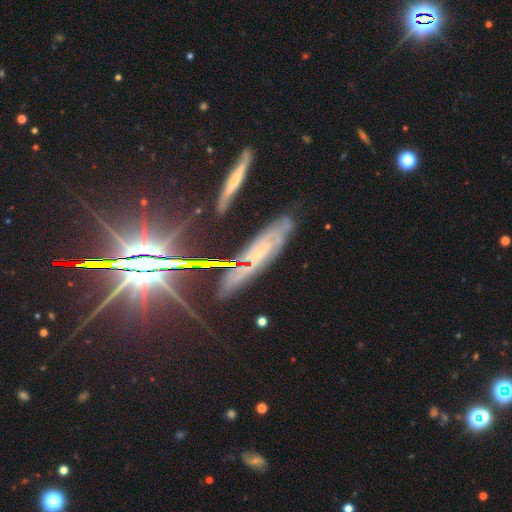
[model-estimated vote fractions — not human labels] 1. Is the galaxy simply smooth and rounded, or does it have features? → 55% featured or disk, 28% star or artifact, 17% smooth.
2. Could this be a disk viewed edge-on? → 52% no, 48% yes.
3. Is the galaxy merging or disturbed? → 73% none, 18% minor disturbance, 5% major disturbance, 4% merger.